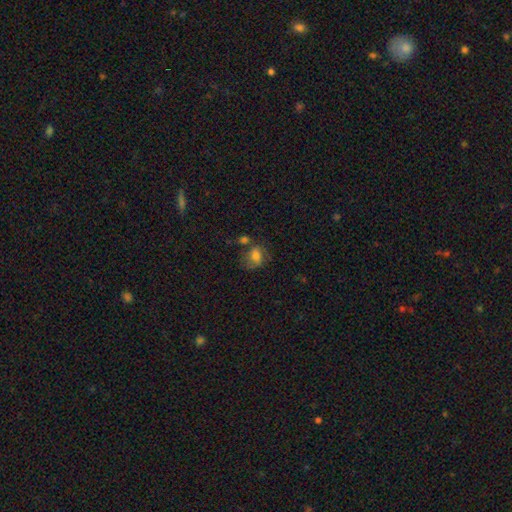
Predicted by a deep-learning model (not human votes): A smooth galaxy with no disk features (66%) that is in between round and cigar-shaped (53%). Merging: none (47%).